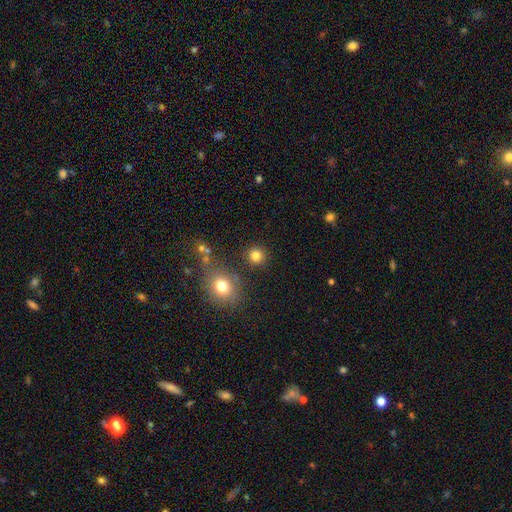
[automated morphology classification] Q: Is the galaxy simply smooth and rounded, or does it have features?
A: smooth — 82%.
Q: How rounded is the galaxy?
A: round — 92%.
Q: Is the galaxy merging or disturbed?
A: none — 87%.